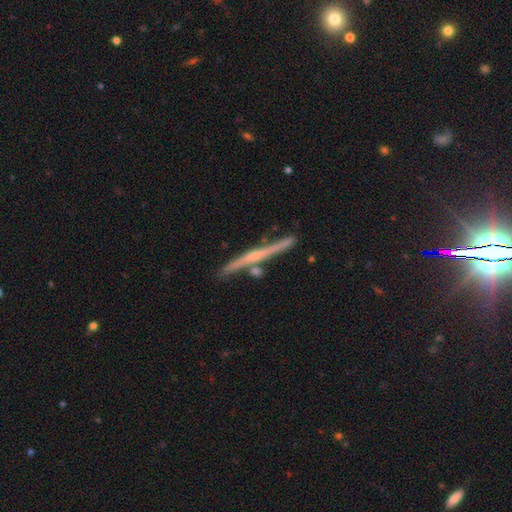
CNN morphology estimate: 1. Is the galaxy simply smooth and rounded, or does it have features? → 72% featured or disk, 22% smooth, 6% star or artifact.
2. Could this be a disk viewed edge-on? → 97% yes, 3% no.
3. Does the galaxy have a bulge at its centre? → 49% none, 42% rounded, 9% boxy.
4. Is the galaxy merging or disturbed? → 80% none, 11% minor disturbance, 6% merger, 3% major disturbance.